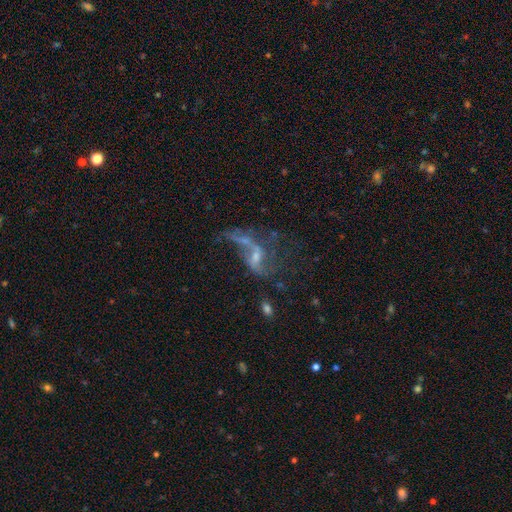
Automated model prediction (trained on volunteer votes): Q: Smooth or featured?
A: featured or disk (69%); runner-up: smooth (16%)
Q: Edge-on disk?
A: no (94%); runner-up: yes (6%)
Q: Bar?
A: no (50%); runner-up: weak (36%)
Q: Spiral arms?
A: yes (62%); runner-up: no (38%)
Q: Bulge size?
A: small (48%); runner-up: moderate (28%)
Q: Merging?
A: major disturbance (38%); runner-up: none (27%)